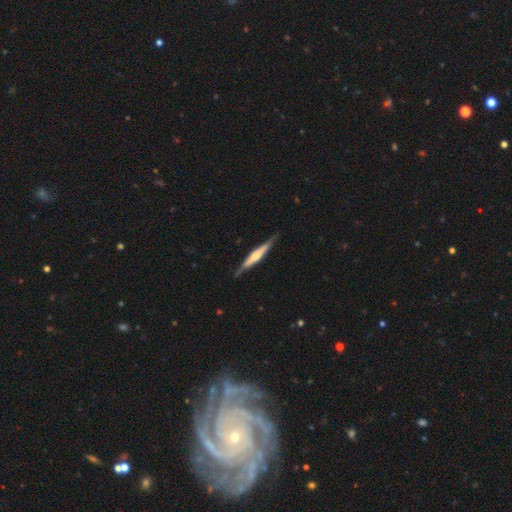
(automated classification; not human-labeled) Q: Smooth or featured?
A: featured or disk (65%); runner-up: smooth (30%)
Q: Edge-on disk?
A: yes (97%); runner-up: no (3%)
Q: Edge-on bulge?
A: rounded (51%); runner-up: boxy (34%)
Q: Merging?
A: none (85%); runner-up: minor disturbance (11%)